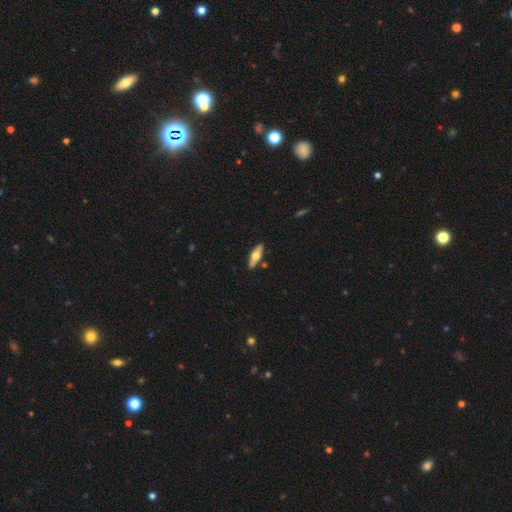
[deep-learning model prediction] smooth-or-featured: featured or disk: 49% | smooth: 45% | star or artifact: 5%
  merging: none: 87% | minor disturbance: 8% | merger: 3% | major disturbance: 2%